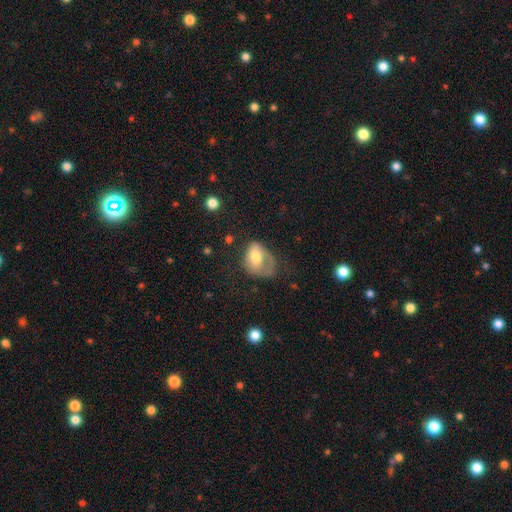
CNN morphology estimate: smooth 57%, featured or disk 36%, star or artifact 7%. Down the decision tree: how rounded — in between (75%); merging — major disturbance (45%).